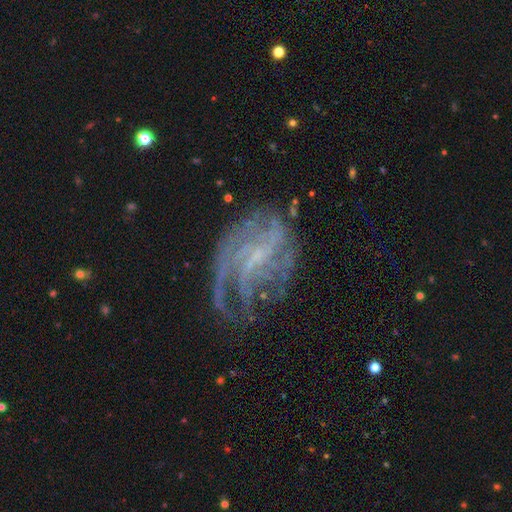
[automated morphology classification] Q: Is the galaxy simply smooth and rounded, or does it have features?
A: featured or disk — 80%.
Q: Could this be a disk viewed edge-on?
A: no — 97%.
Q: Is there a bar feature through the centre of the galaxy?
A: weak — 48%.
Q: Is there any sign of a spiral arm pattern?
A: yes — 86%.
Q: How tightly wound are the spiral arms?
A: medium — 39%.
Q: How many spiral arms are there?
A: can't tell — 40%.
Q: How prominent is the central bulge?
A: small — 49%.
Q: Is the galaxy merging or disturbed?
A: none — 52%.